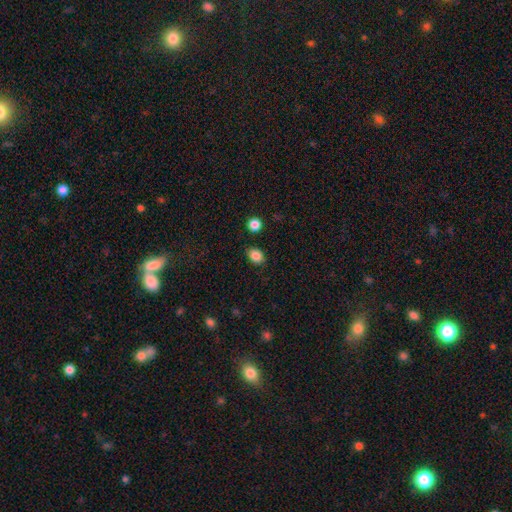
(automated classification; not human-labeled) smooth-or-featured: smooth: 86% | star or artifact: 10% | featured or disk: 4%
  how-rounded: in between: 53% | round: 46% | cigar-shaped: 1%
  merging: none: 85% | minor disturbance: 10% | merger: 3% | major disturbance: 3%